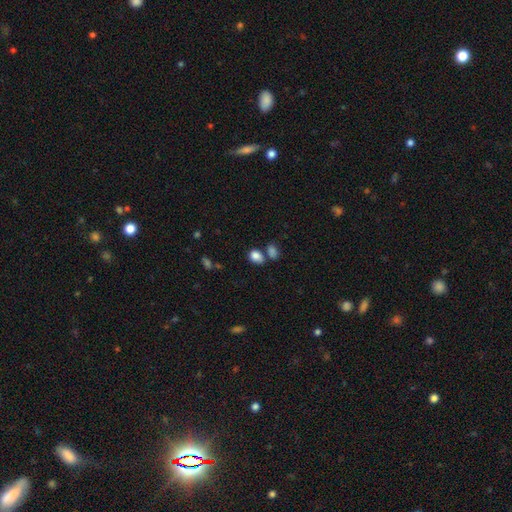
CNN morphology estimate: This is clearly a smooth galaxy (84%). How rounded: likely in between (61%). Merging: possibly none (53%).